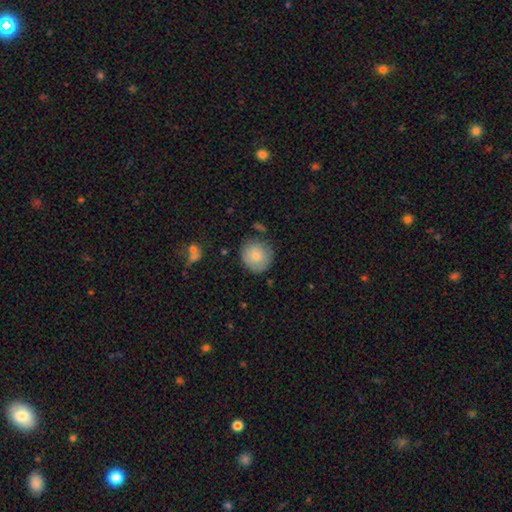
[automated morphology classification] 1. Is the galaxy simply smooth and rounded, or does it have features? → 80% smooth, 13% featured or disk, 7% star or artifact.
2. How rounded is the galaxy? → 90% round, 9% in between, 1% cigar-shaped.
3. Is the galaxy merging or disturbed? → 75% none, 18% minor disturbance, 4% major disturbance, 3% merger.